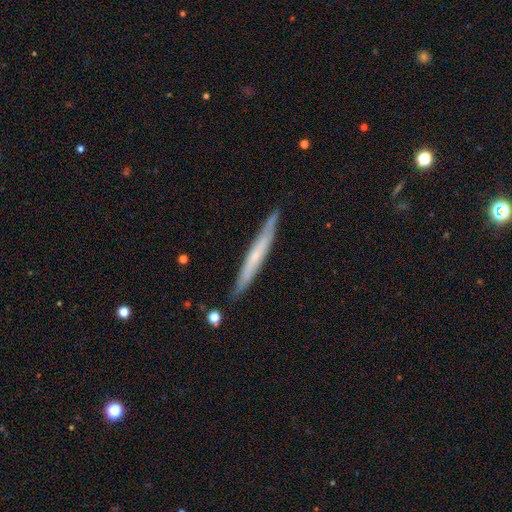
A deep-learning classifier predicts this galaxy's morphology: A featured or disk galaxy (51%) viewed edge-on (93%).

Vote fractions:
- Smooth or featured? featured or disk: 51% / smooth: 43% / star or artifact: 6%
- Edge-on disk? yes: 93% / no: 7%
- Merging? none: 87% / minor disturbance: 10% / merger: 2% / major disturbance: 2%